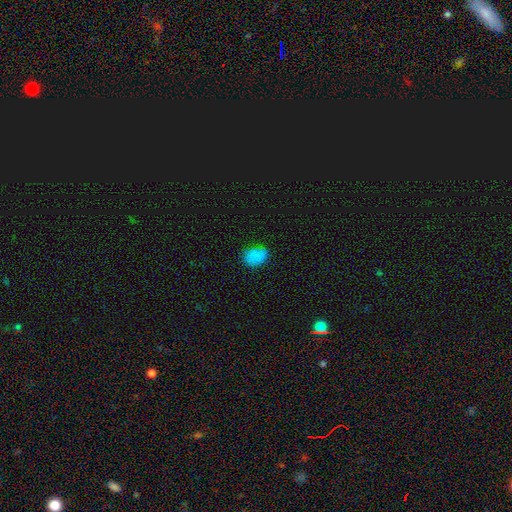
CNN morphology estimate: The model was most divided on "merging": none: 72%, minor disturbance: 21%, major disturbance: 5%, merger: 2%. More confident: how rounded — in between (76%); smooth or featured — smooth (76%).